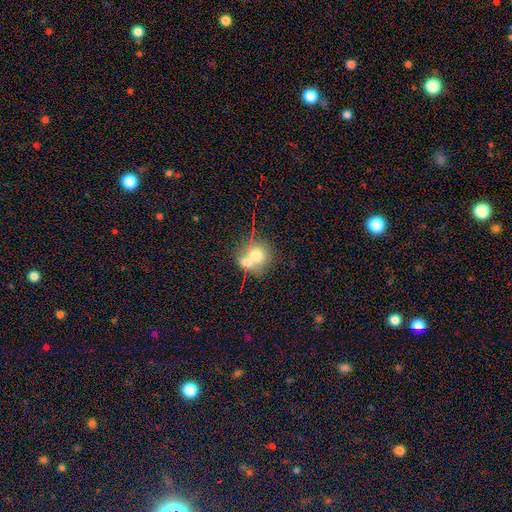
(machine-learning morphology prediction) Smooth or featured? smooth (68%)
How rounded? round (83%)
Merging? merger (48%)